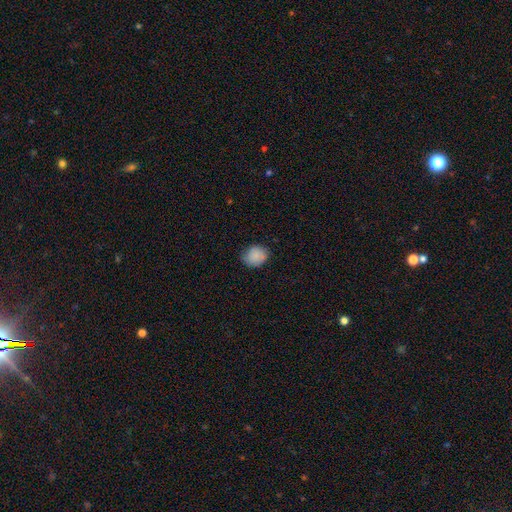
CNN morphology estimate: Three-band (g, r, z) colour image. It shows a smooth galaxy with no disk features (86%) that is round (63%). Merging: none (76%).